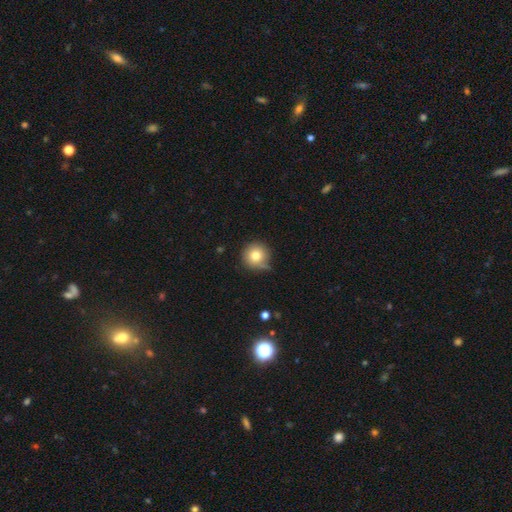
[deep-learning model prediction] Morphology: type=smooth (78%); roundness=round (95%); merging=none (71%).